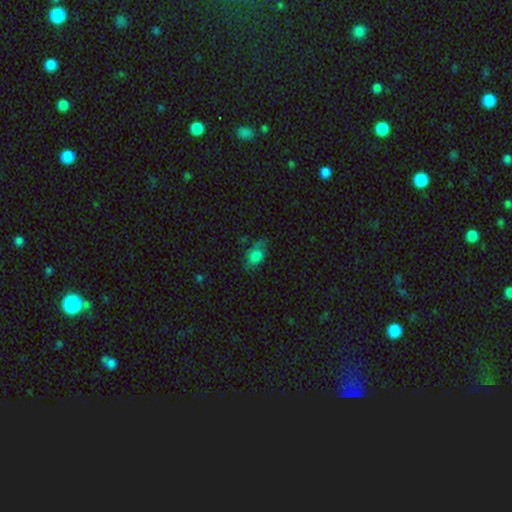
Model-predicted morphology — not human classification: A smooth galaxy with no disk features (73%) that is in between round and cigar-shaped (84%).

Vote fractions:
- Smooth or featured? smooth: 73% / featured or disk: 14% / star or artifact: 13%
- How rounded? in between: 84% / round: 14% / cigar-shaped: 3%
- Merging? none: 53% / minor disturbance: 30% / major disturbance: 15% / merger: 3%